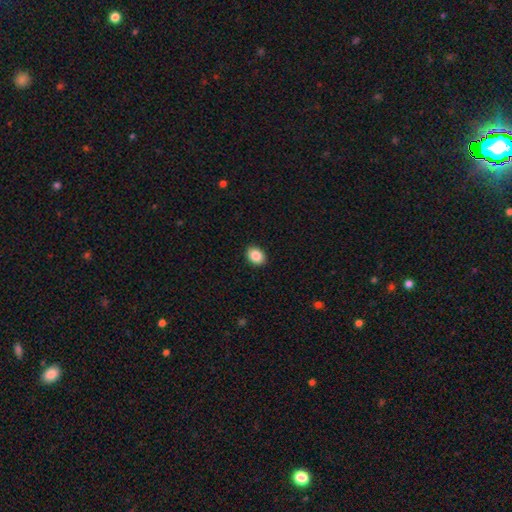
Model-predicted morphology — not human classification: A smooth galaxy with no disk features (88%) that is in between round and cigar-shaped (64%).

Vote fractions:
- Smooth or featured? smooth: 88% / star or artifact: 8% / featured or disk: 4%
- How rounded? in between: 64% / round: 35% / cigar-shaped: 1%
- Merging? none: 91% / minor disturbance: 6% / major disturbance: 2% / merger: 1%